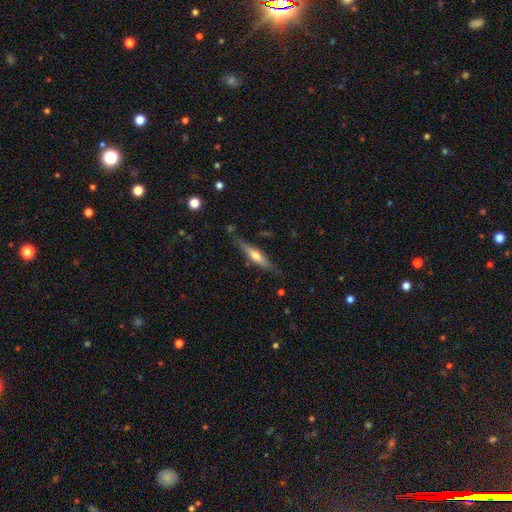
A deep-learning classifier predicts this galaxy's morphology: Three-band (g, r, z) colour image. It shows a featured or disk galaxy (54%) viewed edge-on (93%) with a rounded central bulge (81%). Merging: none (79%).